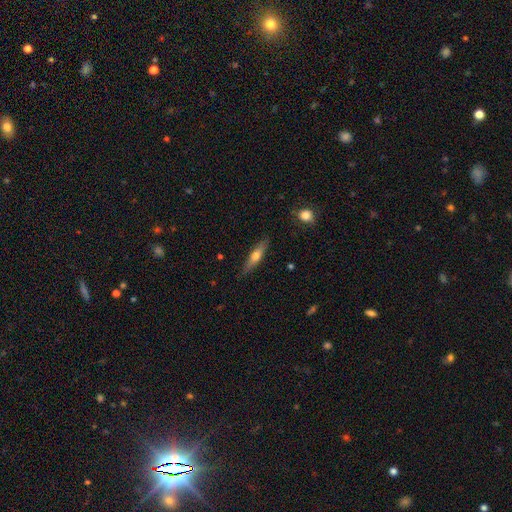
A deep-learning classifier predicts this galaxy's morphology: smooth-or-featured: smooth: 50% | featured or disk: 44% | star or artifact: 6%
  merging: none: 86% | minor disturbance: 11% | major disturbance: 2% | merger: 1%